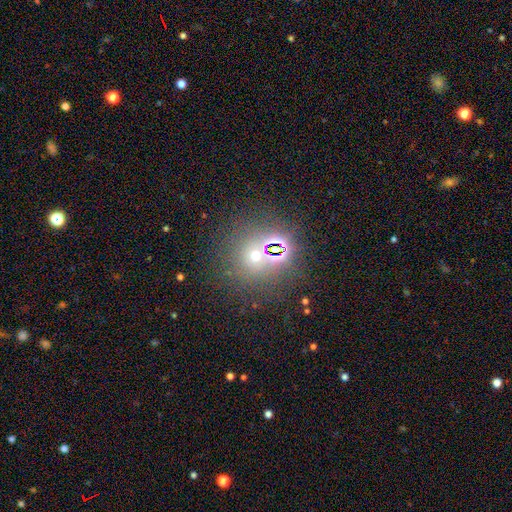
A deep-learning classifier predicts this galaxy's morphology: Smooth or featured: smooth — 47% (star or artifact — 42%)
Merging: none — 71% (merger — 15%)